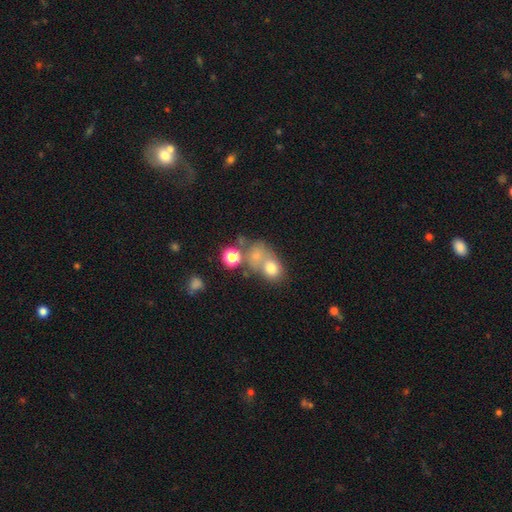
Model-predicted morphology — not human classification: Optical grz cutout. It shows a smooth galaxy with no disk features (67%) that is round (58%). Merging: merger (53%).